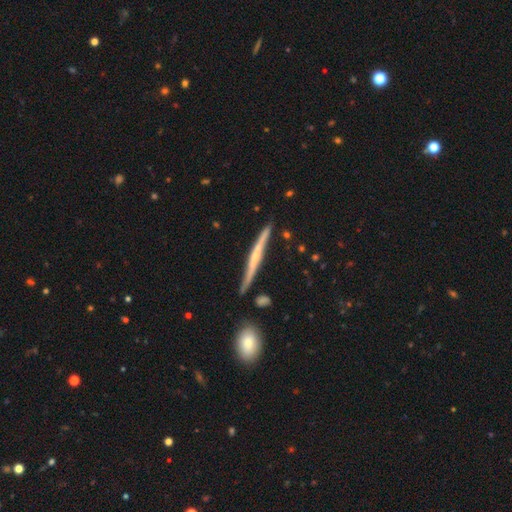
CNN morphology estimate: featured or disk 71%, smooth 23%, star or artifact 6%. Down the decision tree: edge-on disk — yes (96%); edge-on bulge — rounded (54%); merging — none (82%).